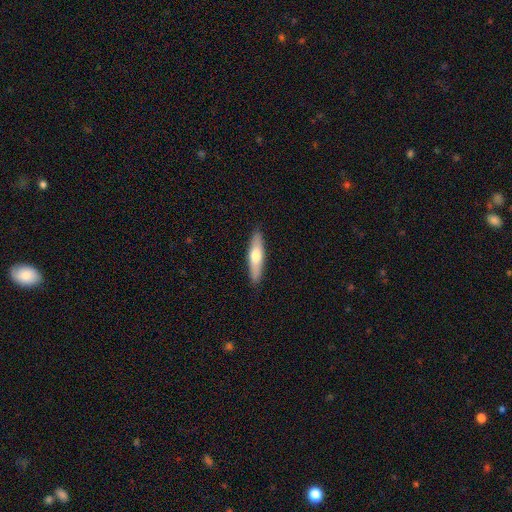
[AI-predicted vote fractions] Morphology: type=smooth (59%); roundness=cigar-shaped (73%); merging=none (90%).